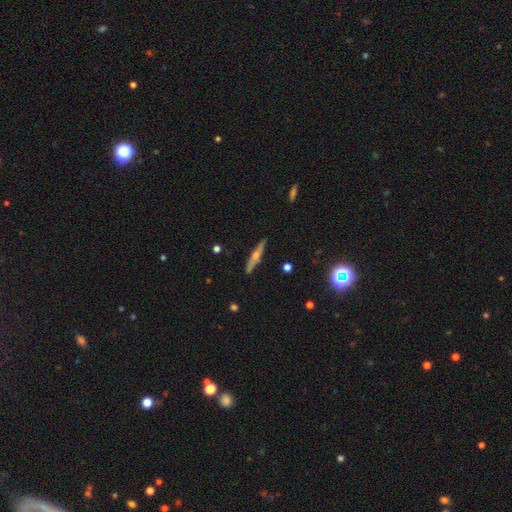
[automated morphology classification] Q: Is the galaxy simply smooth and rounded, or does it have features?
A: featured or disk — 64%.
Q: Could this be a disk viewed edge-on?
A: yes — 95%.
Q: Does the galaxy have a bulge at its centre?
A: rounded — 87%.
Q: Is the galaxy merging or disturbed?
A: none — 88%.